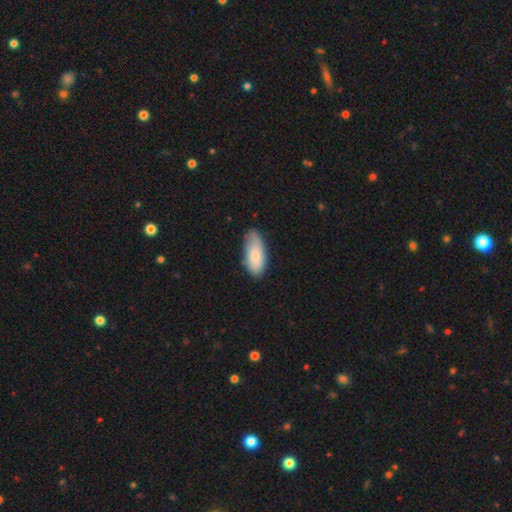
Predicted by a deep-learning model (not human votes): Smooth or featured? smooth (78%)
How rounded? in between (86%)
Merging? none (66%)